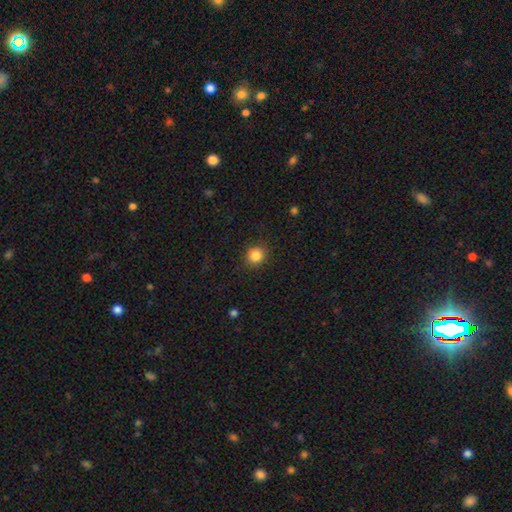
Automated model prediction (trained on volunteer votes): Smooth or featured?
  - smooth: 84% *
  - star or artifact: 11%
  - featured or disk: 5%
How rounded?
  - round: 89% *
  - in between: 10%
  - cigar-shaped: 1%
Merging?
  - none: 88% *
  - minor disturbance: 8%
  - major disturbance: 3%
  - merger: 1%